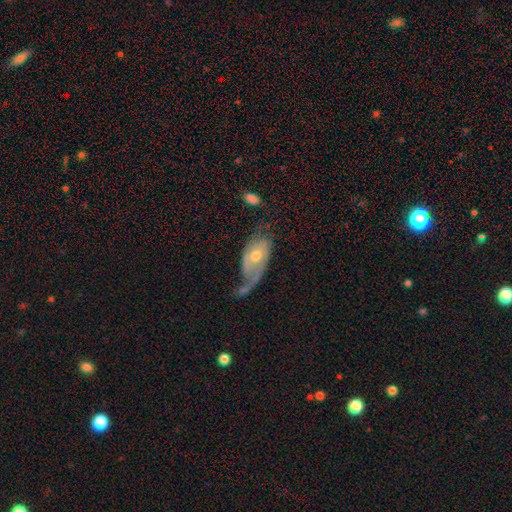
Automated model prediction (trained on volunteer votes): A featured or disk galaxy (70%) with no bar (72%), 1 (50%) loose (36%) spiral arms (79%) and a moderate central bulge (66%).

Vote fractions:
- Smooth or featured? featured or disk: 70% / smooth: 24% / star or artifact: 6%
- Edge-on disk? no: 92% / yes: 8%
- Bar? no: 72% / weak: 23% / strong: 5%
- Spiral arms? yes: 79% / no: 21%
- Spiral winding? loose: 36% / medium: 35% / tight: 29%
- Spiral arm count? 1: 50% / 2: 34% / can't tell: 12% / 3: 2% / 4: 1% / more than 4: 1%
- Bulge size? moderate: 66% / small: 26% / large: 5% / none: 2% / dominant: 1%
- Merging? major disturbance: 36% / none: 33% / minor disturbance: 23% / merger: 8%